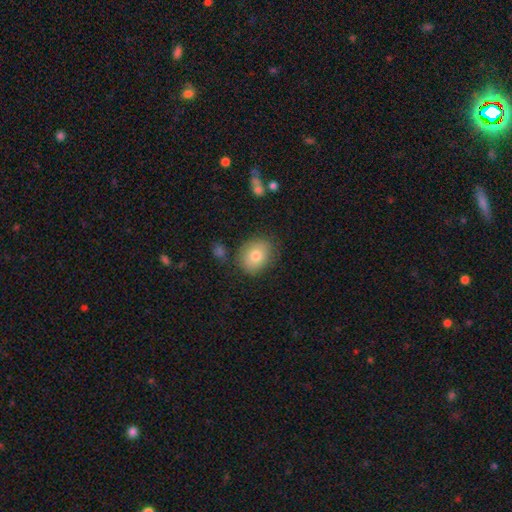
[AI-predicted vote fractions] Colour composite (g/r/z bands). It shows a smooth galaxy with no disk features (77%) that is round (51%). Merging: none (79%).